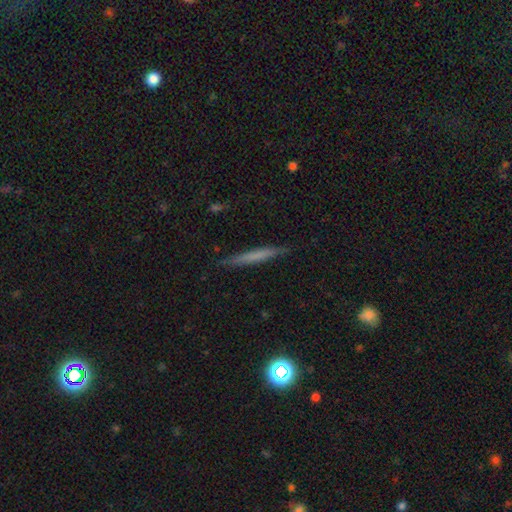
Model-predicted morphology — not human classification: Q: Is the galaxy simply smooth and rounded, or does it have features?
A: smooth — 58%.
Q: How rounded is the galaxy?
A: cigar-shaped — 96%.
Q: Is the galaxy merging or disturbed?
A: none — 88%.